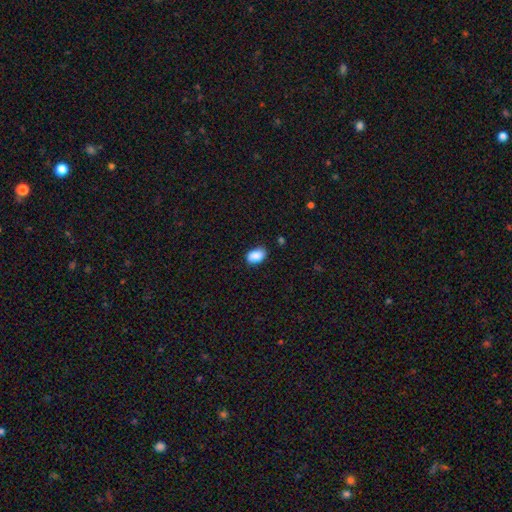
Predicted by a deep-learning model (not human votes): Smooth or featured? smooth (89%)
How rounded? in between (89%)
Merging? none (84%)